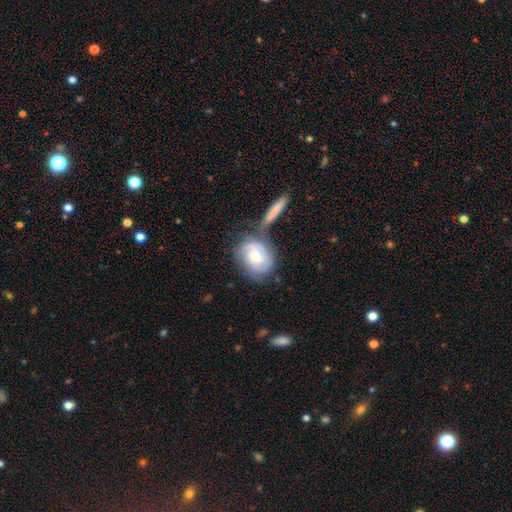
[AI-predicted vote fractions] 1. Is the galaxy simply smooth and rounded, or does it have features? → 72% featured or disk, 21% smooth, 6% star or artifact.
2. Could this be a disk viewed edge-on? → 96% no, 4% yes.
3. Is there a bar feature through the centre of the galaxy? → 51% no, 41% weak, 9% strong.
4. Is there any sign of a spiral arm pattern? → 93% yes, 7% no.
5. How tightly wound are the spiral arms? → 56% tight, 34% medium, 10% loose.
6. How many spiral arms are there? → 41% 2, 27% can't tell, 20% 3, 5% 1, 4% 4, 3% more than 4.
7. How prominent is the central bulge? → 56% moderate, 32% small, 7% large, 3% none, 1% dominant.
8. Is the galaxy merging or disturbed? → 49% none, 23% merger, 18% minor disturbance, 10% major disturbance.